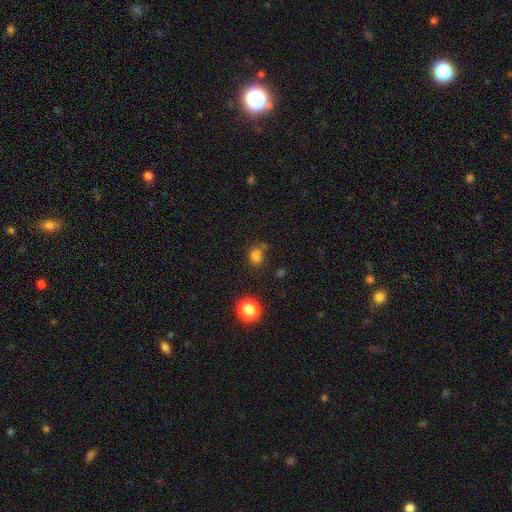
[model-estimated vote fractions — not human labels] Morphology: type=smooth (77%); roundness=round (56%); merging=none (61%).